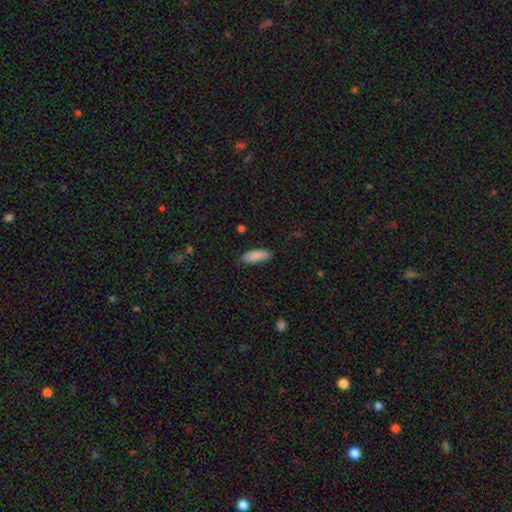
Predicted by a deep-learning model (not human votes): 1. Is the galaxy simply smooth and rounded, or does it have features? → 88% smooth, 6% star or artifact, 6% featured or disk.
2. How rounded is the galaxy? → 73% in between, 26% cigar-shaped, 2% round.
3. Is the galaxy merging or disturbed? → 84% none, 13% minor disturbance, 2% major disturbance, 1% merger.